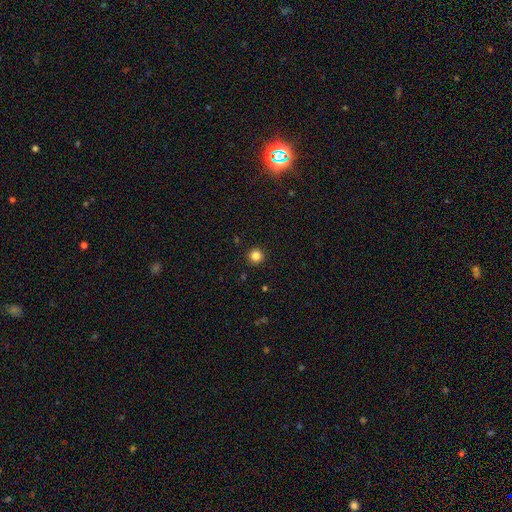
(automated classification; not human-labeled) The model was most divided on "smooth or featured": smooth: 84%, star or artifact: 12%, featured or disk: 4%. More confident: how rounded — round (96%); merging — none (93%).